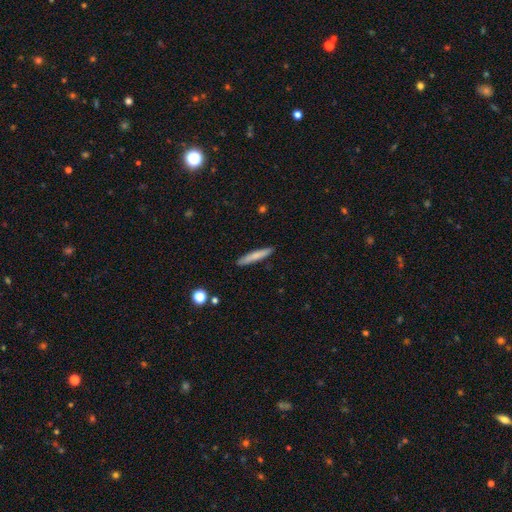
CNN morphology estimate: Smooth or featured? Predicted: smooth (p=0.74). How rounded? Predicted: cigar-shaped (p=0.93). Merging? Predicted: none (p=0.89).